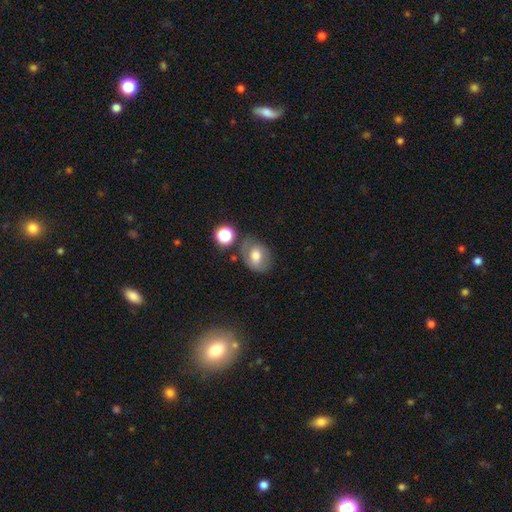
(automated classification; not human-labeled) Smooth or featured?
  - smooth: 60% *
  - featured or disk: 29%
  - star or artifact: 11%
How rounded?
  - in between: 56% *
  - round: 43%
  - cigar-shaped: 1%
Merging?
  - none: 64% *
  - minor disturbance: 21%
  - merger: 8%
  - major disturbance: 8%